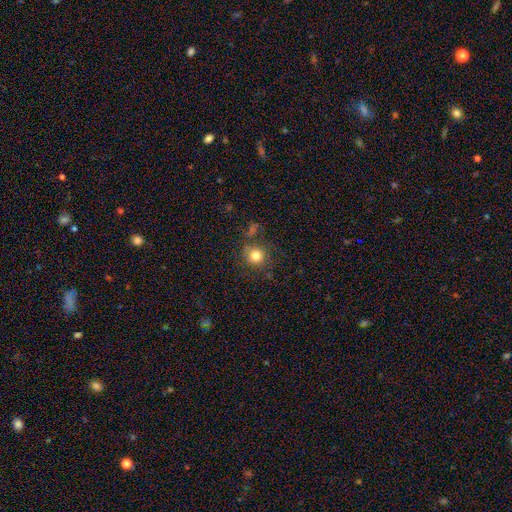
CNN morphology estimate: A smooth galaxy with no disk features (79%) that is round (90%). Merging: none (76%).